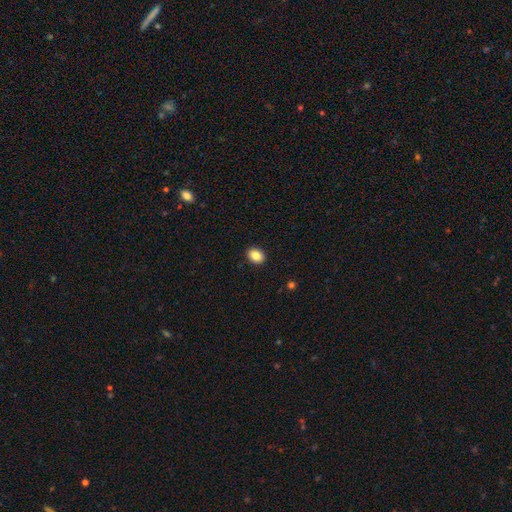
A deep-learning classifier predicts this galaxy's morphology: Smooth or featured?
  - smooth: 86% *
  - star or artifact: 9%
  - featured or disk: 5%
How rounded?
  - in between: 62% *
  - round: 37%
  - cigar-shaped: 1%
Merging?
  - none: 91% *
  - minor disturbance: 6%
  - major disturbance: 2%
  - merger: 1%